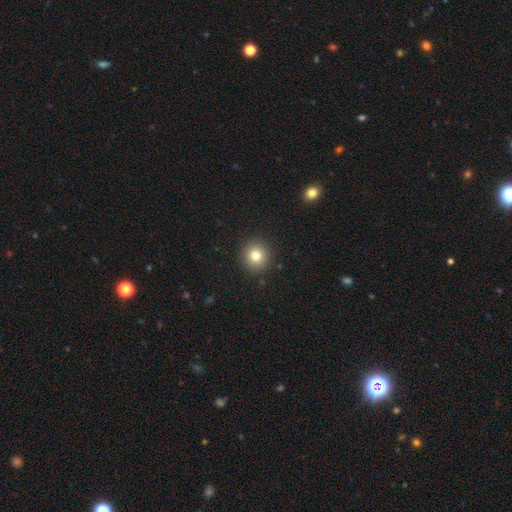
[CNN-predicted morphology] A smooth galaxy with no disk features (80%) that is round (93%).

Vote fractions:
- Smooth or featured? smooth: 80% / star or artifact: 12% / featured or disk: 8%
- How rounded? round: 93% / in between: 6% / cigar-shaped: 1%
- Merging? none: 92% / minor disturbance: 5% / major disturbance: 2% / merger: 1%